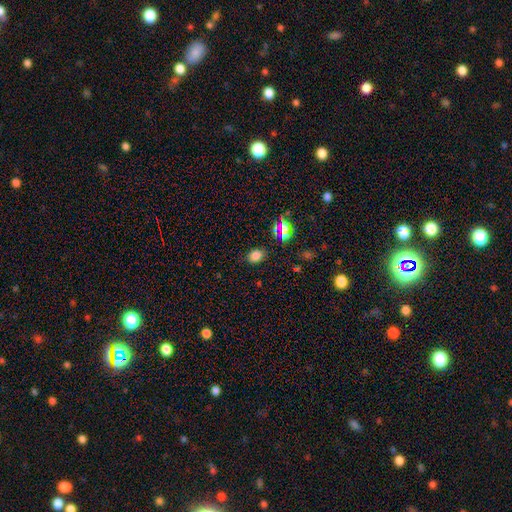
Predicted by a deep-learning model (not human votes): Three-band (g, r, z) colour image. It shows a smooth galaxy with no disk features (75%) that is in between round and cigar-shaped (61%). Merging: none (84%).